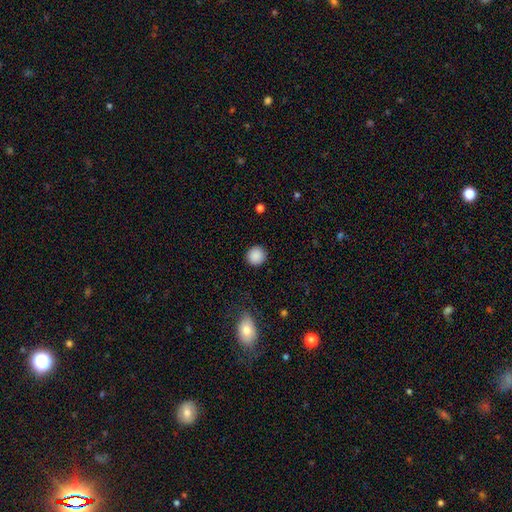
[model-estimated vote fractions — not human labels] This is clearly a smooth galaxy (89%). How rounded: clearly round (93%). Merging: clearly none (91%).